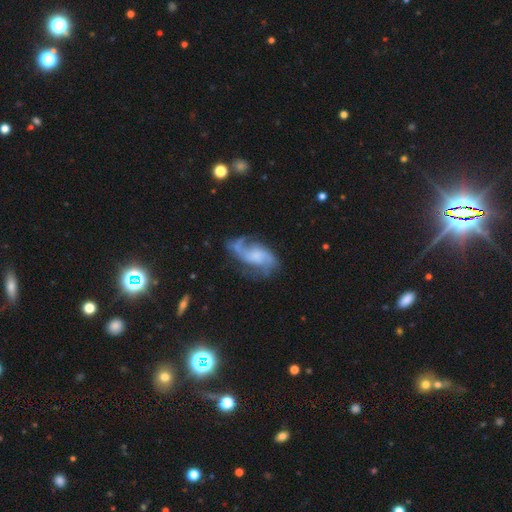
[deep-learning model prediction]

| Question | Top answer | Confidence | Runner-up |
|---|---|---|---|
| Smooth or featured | featured or disk | 83% | smooth (11%) |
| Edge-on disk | no | 96% | yes (4%) |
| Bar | no | 53% | weak (38%) |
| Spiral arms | yes | 94% | no (6%) |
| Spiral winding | loose | 49% | medium (40%) |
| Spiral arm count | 2 | 80% | can't tell (7%) |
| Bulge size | none | 36% | small (28%) |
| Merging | none | 59% | minor disturbance (21%) |